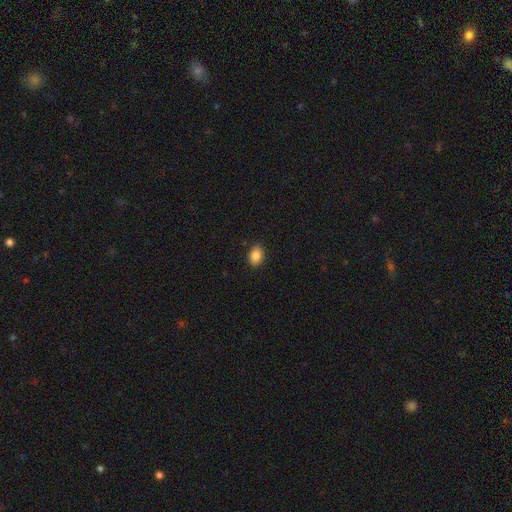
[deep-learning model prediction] smooth_or_featured: smooth (p=0.86) [alt: star or artifact p=0.09]
how_rounded: in between (p=0.75) [alt: round p=0.24]
merging: none (p=0.89) [alt: minor disturbance p=0.08]